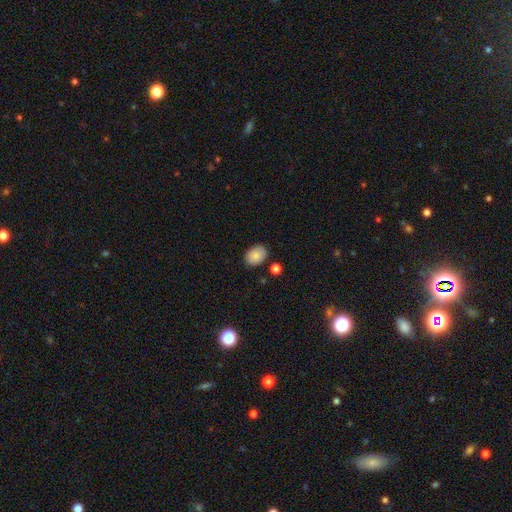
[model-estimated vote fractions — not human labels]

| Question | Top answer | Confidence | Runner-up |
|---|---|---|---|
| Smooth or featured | smooth | 85% | star or artifact (8%) |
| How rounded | in between | 74% | round (25%) |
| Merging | none | 83% | minor disturbance (11%) |